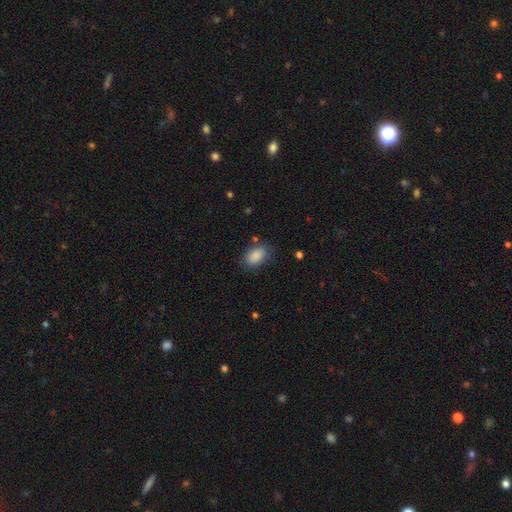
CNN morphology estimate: This is clearly a smooth galaxy (88%). How rounded: clearly in between (89%). Merging: likely none (78%).